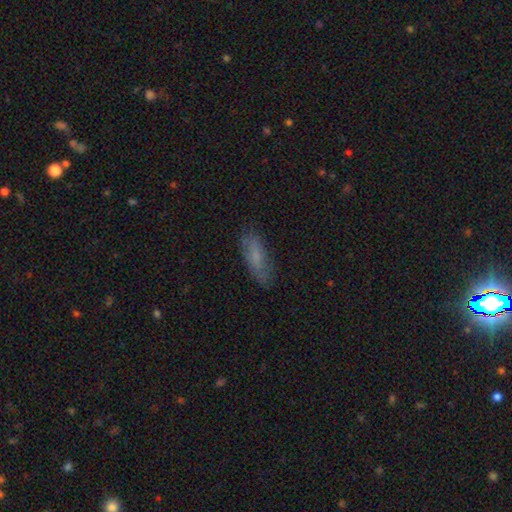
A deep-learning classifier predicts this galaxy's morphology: smooth-or-featured: smooth: 67% | featured or disk: 25% | star or artifact: 8%
  how-rounded: in between: 60% | cigar-shaped: 38% | round: 2%
  merging: none: 79% | minor disturbance: 16% | major disturbance: 4% | merger: 1%